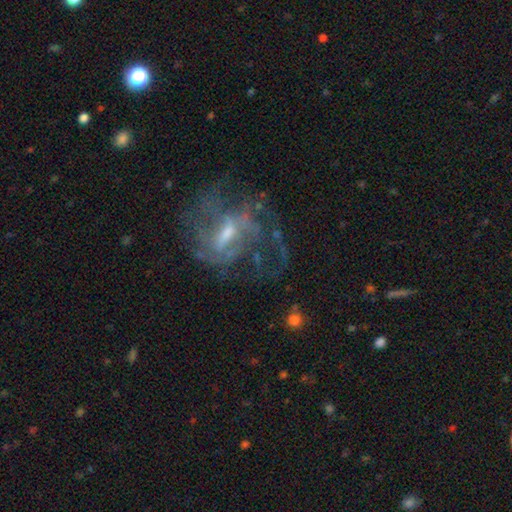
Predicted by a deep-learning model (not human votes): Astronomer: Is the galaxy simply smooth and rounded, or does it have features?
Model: featured or disk — 77%.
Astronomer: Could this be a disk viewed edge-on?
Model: no — 95%.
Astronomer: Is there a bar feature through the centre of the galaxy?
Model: weak — 53%.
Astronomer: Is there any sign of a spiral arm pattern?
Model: yes — 83%.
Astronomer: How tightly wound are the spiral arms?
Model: medium — 44% (runner-up: tight, 29%).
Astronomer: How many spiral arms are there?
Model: can't tell — 41% (runner-up: 2, 23%).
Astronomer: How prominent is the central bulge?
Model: moderate — 43% (runner-up: small, 42%).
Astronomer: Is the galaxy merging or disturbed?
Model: none — 54%.